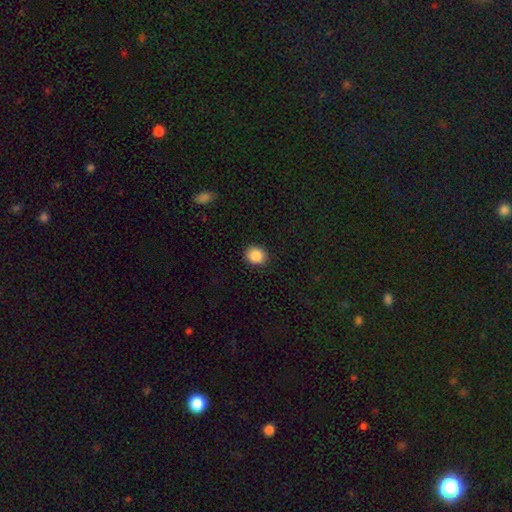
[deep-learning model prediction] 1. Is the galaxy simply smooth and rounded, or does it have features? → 88% smooth, 9% star or artifact, 4% featured or disk.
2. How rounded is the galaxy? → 69% round, 30% in between, 1% cigar-shaped.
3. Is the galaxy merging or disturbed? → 90% none, 7% minor disturbance, 2% major disturbance, 1% merger.